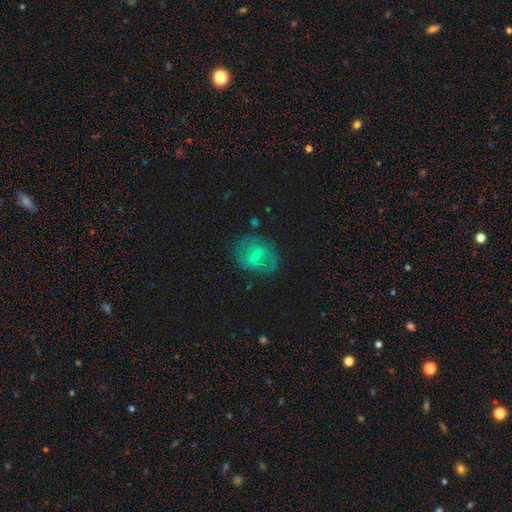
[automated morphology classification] Overall: featured or disk (47%; smooth 42%). Merging: none (71%).